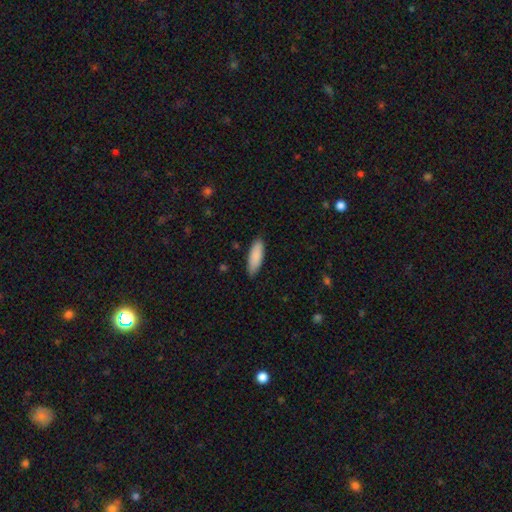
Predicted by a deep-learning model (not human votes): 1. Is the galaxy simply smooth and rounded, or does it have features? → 88% smooth, 6% featured or disk, 5% star or artifact.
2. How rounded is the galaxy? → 62% in between, 37% cigar-shaped, 1% round.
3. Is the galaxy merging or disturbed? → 84% none, 13% minor disturbance, 2% major disturbance, 1% merger.